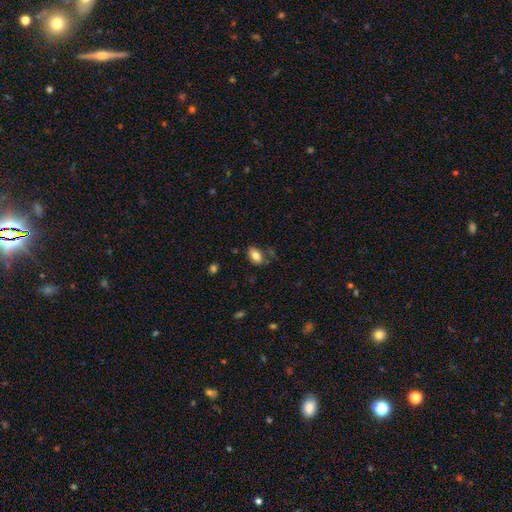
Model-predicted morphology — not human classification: smooth 81%, featured or disk 11%, star or artifact 8%. Down the decision tree: how rounded — in between (89%); merging — none (73%).